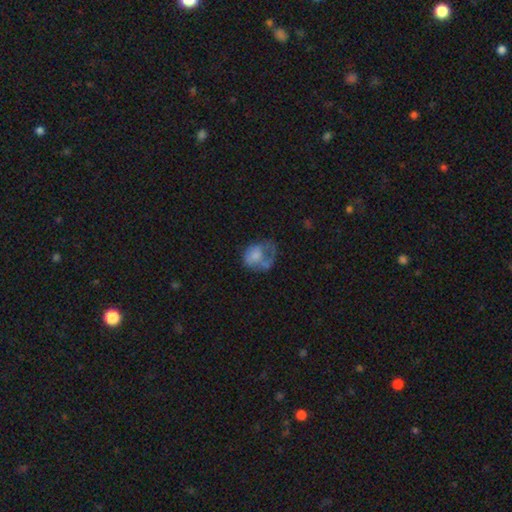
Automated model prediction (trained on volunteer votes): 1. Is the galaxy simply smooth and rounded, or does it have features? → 57% smooth, 33% featured or disk, 10% star or artifact.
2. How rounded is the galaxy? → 58% in between, 41% round, 1% cigar-shaped.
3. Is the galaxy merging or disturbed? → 41% major disturbance, 29% none, 23% minor disturbance, 7% merger.